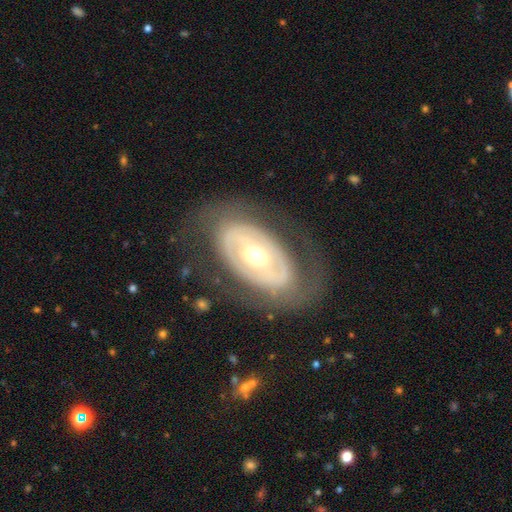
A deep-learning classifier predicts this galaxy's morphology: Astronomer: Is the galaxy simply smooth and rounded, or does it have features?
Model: featured or disk — 71%.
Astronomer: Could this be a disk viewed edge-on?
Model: no — 92%.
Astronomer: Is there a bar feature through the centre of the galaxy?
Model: no — 65%.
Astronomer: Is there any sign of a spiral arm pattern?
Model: no — 64%.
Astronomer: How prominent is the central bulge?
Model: moderate — 69%.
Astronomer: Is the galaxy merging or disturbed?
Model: none — 73%.